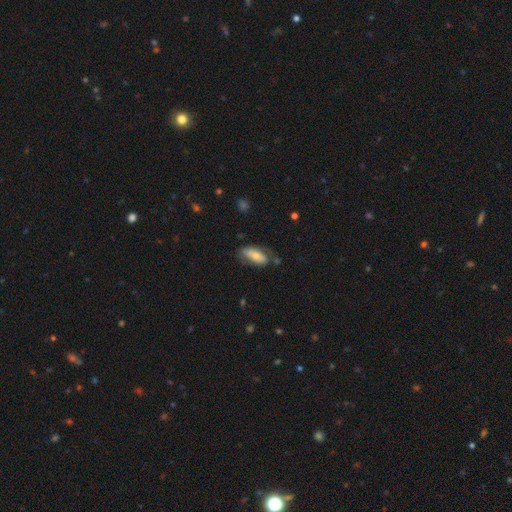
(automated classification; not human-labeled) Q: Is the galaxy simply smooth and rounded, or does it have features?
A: smooth — 60%.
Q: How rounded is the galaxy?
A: in between — 83%.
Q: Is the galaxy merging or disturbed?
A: none — 56%.